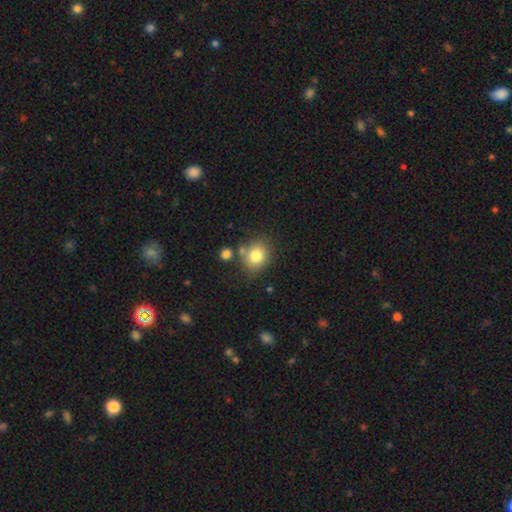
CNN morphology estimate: Smooth or featured? Predicted: smooth (p=0.80). How rounded? Predicted: round (p=0.61). Merging? Predicted: none (p=0.67).